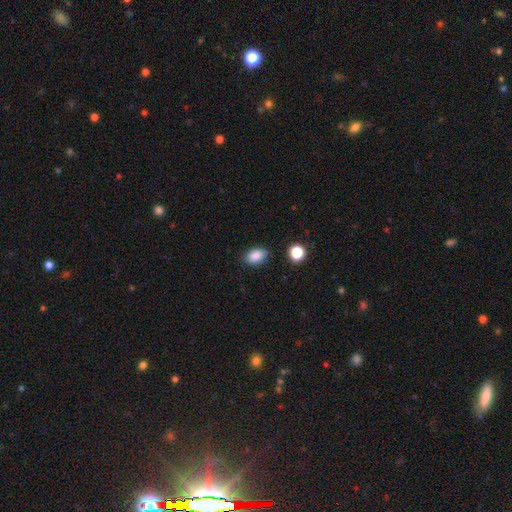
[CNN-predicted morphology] This appears to be a smooth galaxy with no disk features (87%) that is in between round and cigar-shaped (84%). Merging: none (84%).